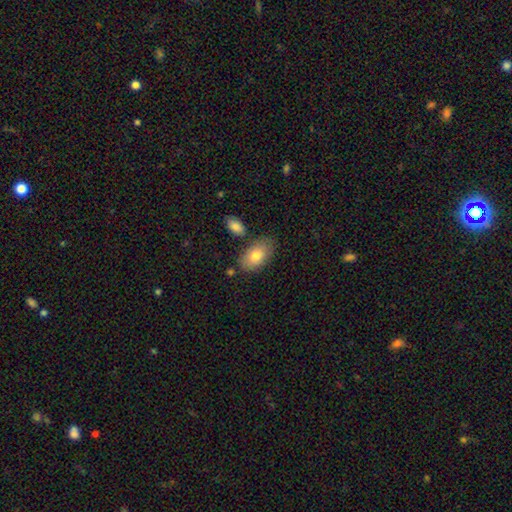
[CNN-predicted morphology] smooth-or-featured: smooth: 79% | featured or disk: 15% | star or artifact: 6%
  how-rounded: in between: 93% | round: 6% | cigar-shaped: 2%
  merging: none: 74% | minor disturbance: 15% | merger: 7% | major disturbance: 4%